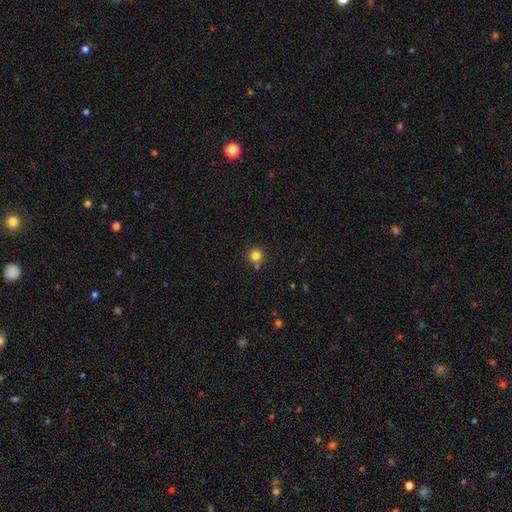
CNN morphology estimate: smooth-or-featured: smooth: 82% | star or artifact: 13% | featured or disk: 6%
  how-rounded: round: 94% | in between: 5% | cigar-shaped: 1%
  merging: none: 79% | merger: 11% | minor disturbance: 8% | major disturbance: 2%